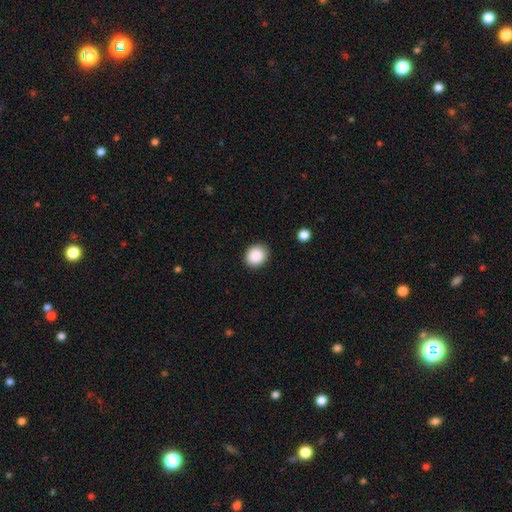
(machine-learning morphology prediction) Smooth or featured: smooth — 88% (star or artifact — 8%)
How rounded: round — 71% (in between — 29%)
Merging: none — 88% (minor disturbance — 8%)